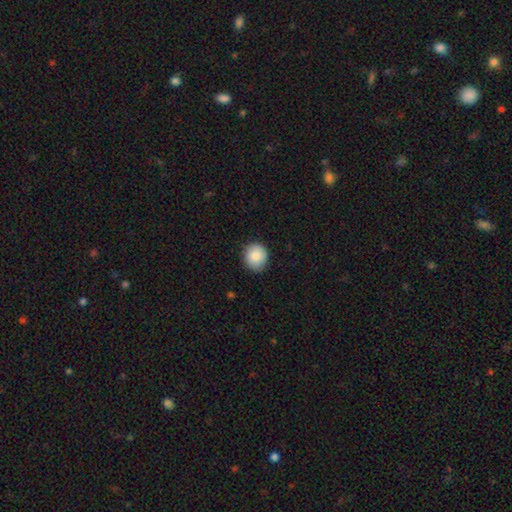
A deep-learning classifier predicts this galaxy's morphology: The model was most divided on "how rounded": round: 81%, in between: 18%, cigar-shaped: 1%. More confident: smooth or featured — smooth (86%); merging — none (85%).